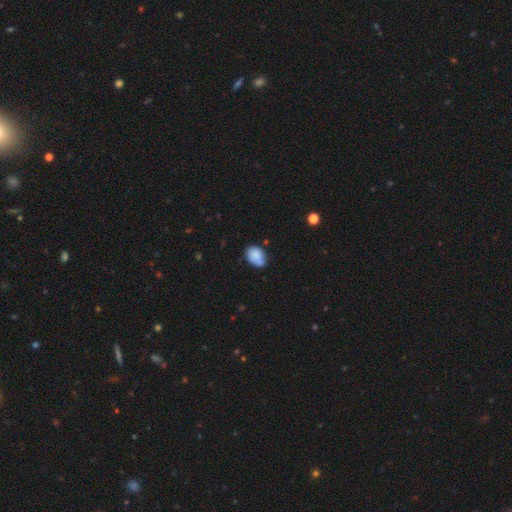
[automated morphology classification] Overall: smooth (78%). How rounded: in between (73%). Merging: none (63%; minor disturbance 28%).